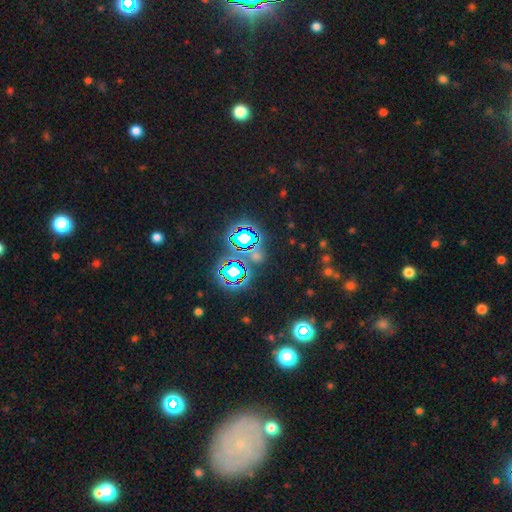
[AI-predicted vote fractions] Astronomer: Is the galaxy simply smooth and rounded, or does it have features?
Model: star or artifact — 73%.